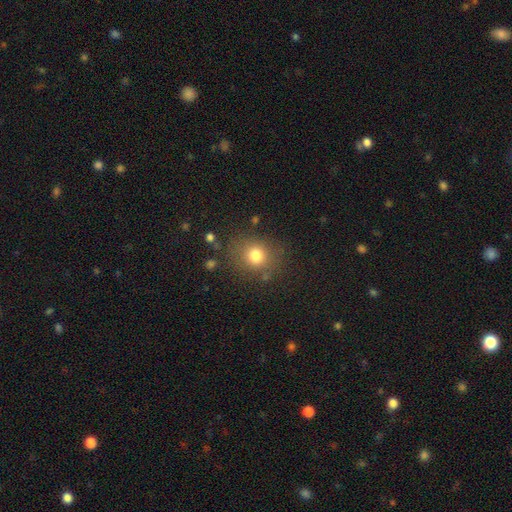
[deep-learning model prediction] A smooth galaxy with no disk features (77%) that is round (79%). Merging: none (79%).